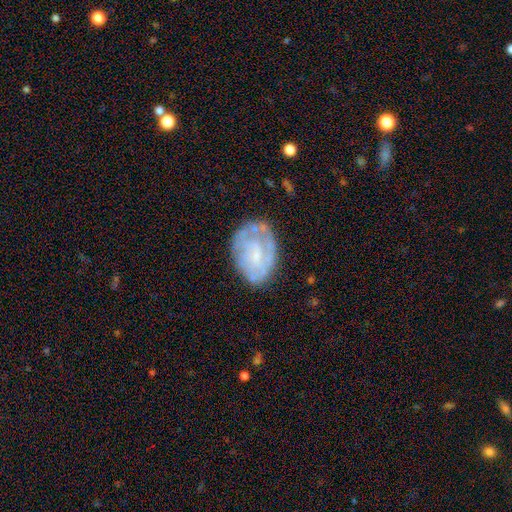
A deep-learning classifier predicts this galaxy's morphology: featured or disk 64%, smooth 29%, star or artifact 7%. Down the decision tree: edge-on disk — no (97%); bar — no (62%); spiral arms — yes (66%); bulge size — small (50%); merging — none (62%).